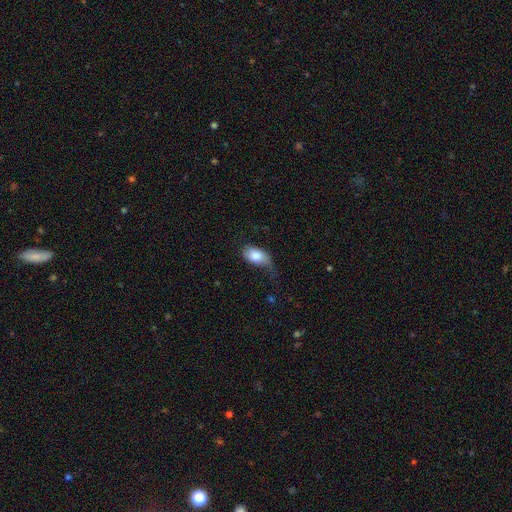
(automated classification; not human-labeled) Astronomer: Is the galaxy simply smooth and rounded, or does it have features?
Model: smooth — 78%.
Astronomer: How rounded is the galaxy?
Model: in between — 89%.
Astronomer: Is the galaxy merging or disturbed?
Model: minor disturbance — 36% (runner-up: none, 32%).